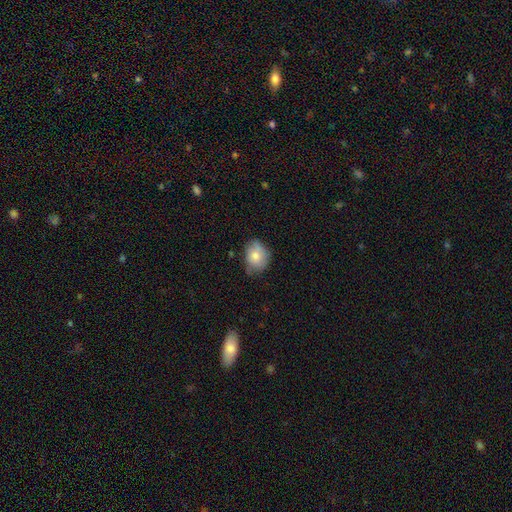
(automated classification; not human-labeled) smooth-or-featured: smooth: 74% | featured or disk: 18% | star or artifact: 8%
  how-rounded: in between: 51% | round: 48% | cigar-shaped: 1%
  merging: none: 60% | minor disturbance: 32% | major disturbance: 6% | merger: 2%